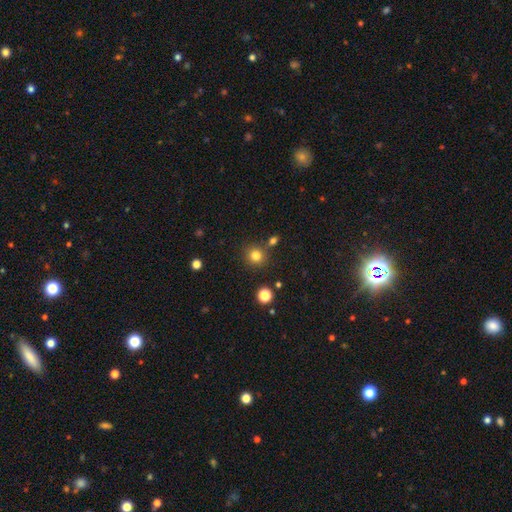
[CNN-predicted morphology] A smooth galaxy with no disk features (81%) that is round (92%).

Vote fractions:
- Smooth or featured? smooth: 81% / star or artifact: 14% / featured or disk: 5%
- How rounded? round: 92% / in between: 7% / cigar-shaped: 1%
- Merging? none: 80% / merger: 8% / minor disturbance: 8% / major disturbance: 3%